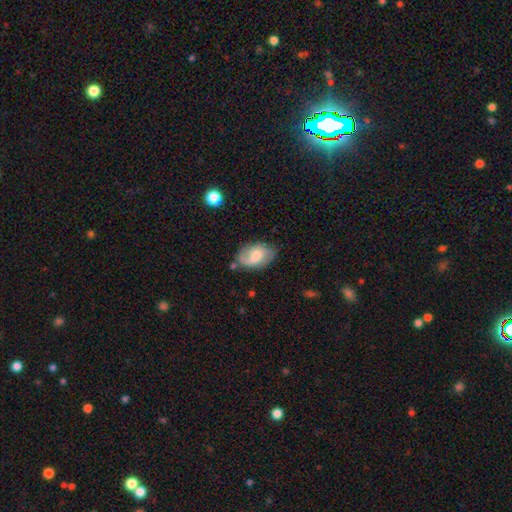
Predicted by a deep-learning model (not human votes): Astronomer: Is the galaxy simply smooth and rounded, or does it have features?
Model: smooth — 48% (runner-up: featured or disk, 45%).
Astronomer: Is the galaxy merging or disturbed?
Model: none — 62%.